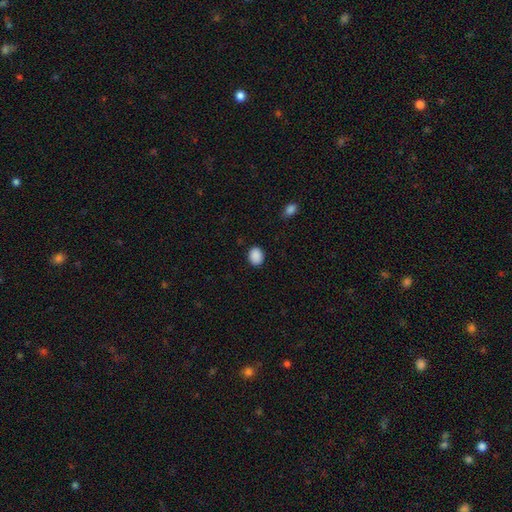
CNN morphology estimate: The model was most divided on "how rounded": in between: 58%, round: 41%, cigar-shaped: 1%. More confident: smooth or featured — smooth (89%); merging — none (87%).